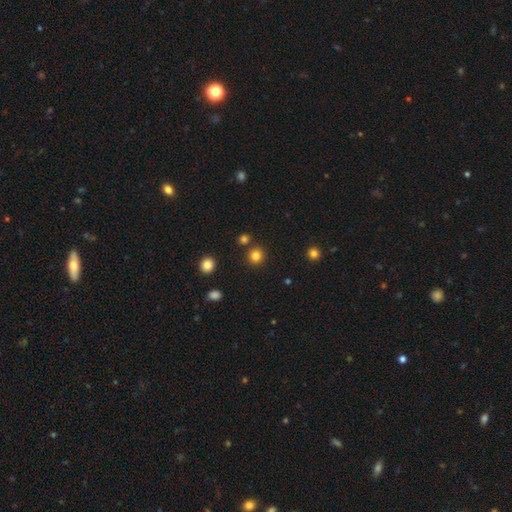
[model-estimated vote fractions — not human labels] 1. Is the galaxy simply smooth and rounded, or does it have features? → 82% smooth, 13% star or artifact, 5% featured or disk.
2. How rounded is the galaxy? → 92% round, 7% in between, 1% cigar-shaped.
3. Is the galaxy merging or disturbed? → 86% none, 6% merger, 6% minor disturbance, 2% major disturbance.